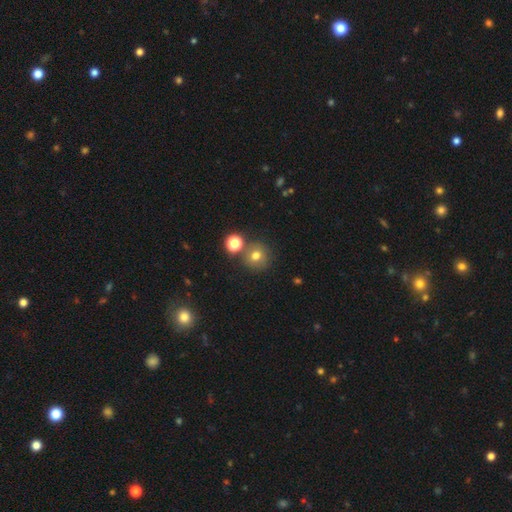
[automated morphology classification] This is likely a smooth galaxy (72%). How rounded: clearly round (90%). Merging: likely none (73%).